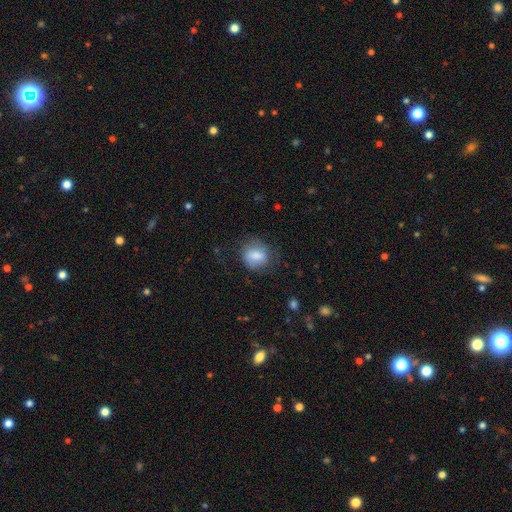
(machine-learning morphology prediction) smooth 78%, featured or disk 14%, star or artifact 8%. Down the decision tree: how rounded — round (62%); merging — none (66%).